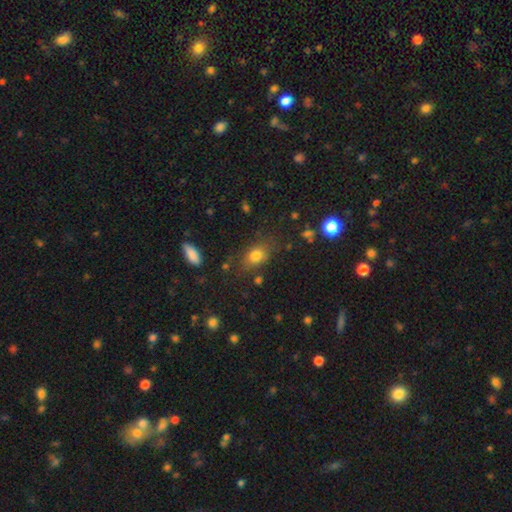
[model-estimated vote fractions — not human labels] Smooth or featured: smooth — 77% (star or artifact — 13%)
How rounded: in between — 71% (round — 26%)
Merging: none — 72% (minor disturbance — 17%)